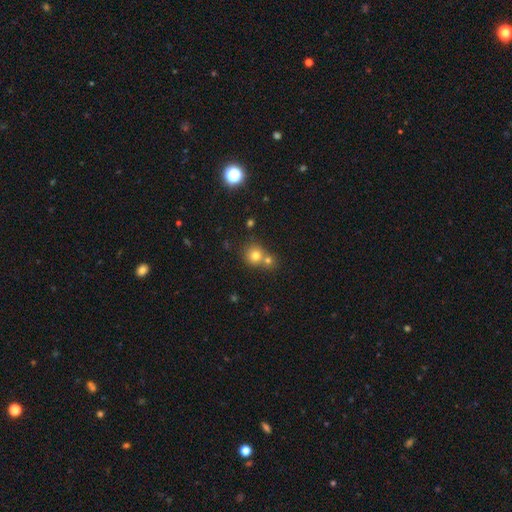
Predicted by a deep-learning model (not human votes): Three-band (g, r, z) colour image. It shows a smooth galaxy with no disk features (75%) that is round (85%). Merging: none (46%).